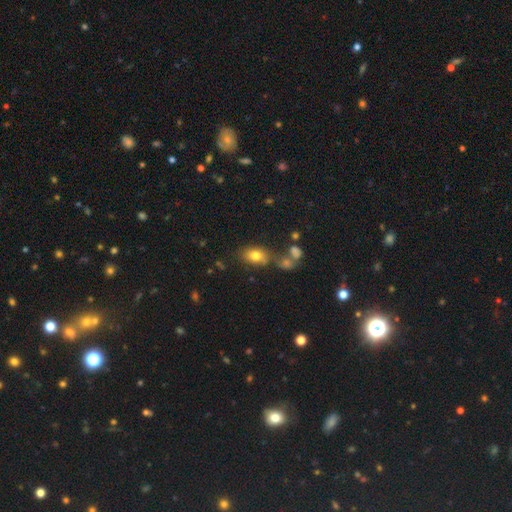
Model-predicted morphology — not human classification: A smooth galaxy with no disk features (78%) that is in between round and cigar-shaped (84%).

Vote fractions:
- Smooth or featured? smooth: 78% / featured or disk: 12% / star or artifact: 10%
- How rounded? in between: 84% / round: 14% / cigar-shaped: 2%
- Merging? none: 60% / minor disturbance: 17% / merger: 16% / major disturbance: 7%